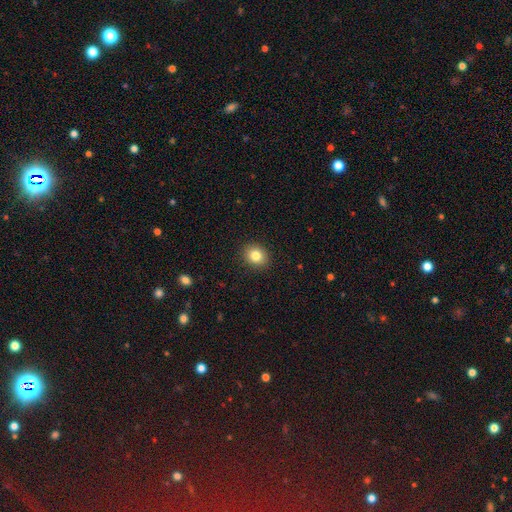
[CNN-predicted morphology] This appears to be a smooth galaxy with no disk features (83%) that is round (64%). Merging: none (91%).